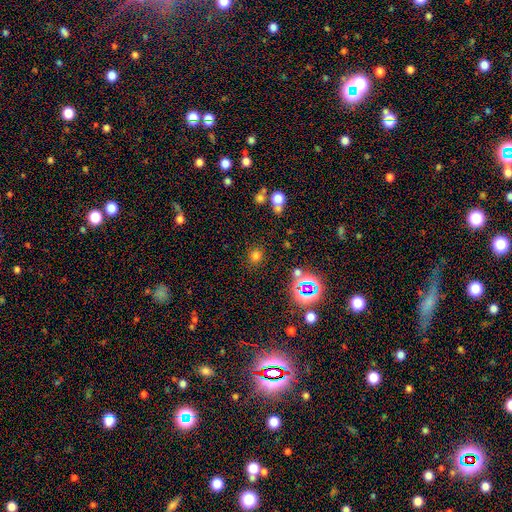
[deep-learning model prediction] This appears to be a smooth galaxy with no disk features (69%) that is round (82%). Merging: none (84%).